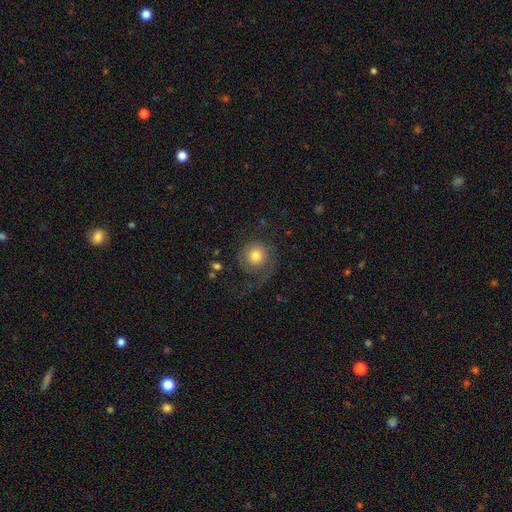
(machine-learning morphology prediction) Q: Smooth or featured?
A: smooth (56%); runner-up: featured or disk (35%)
Q: How rounded?
A: round (90%); runner-up: in between (9%)
Q: Merging?
A: none (48%); runner-up: major disturbance (34%)